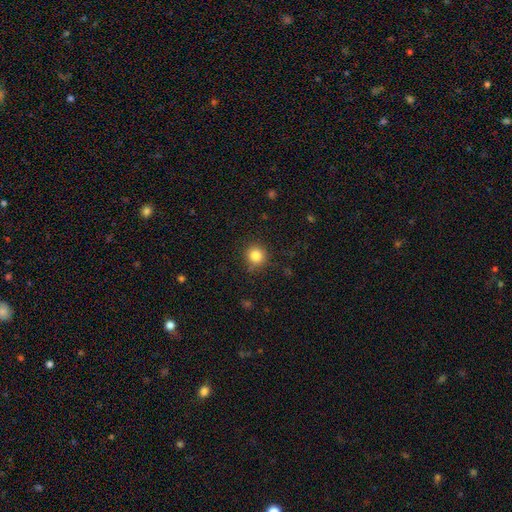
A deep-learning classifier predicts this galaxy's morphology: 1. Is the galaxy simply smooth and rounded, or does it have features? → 84% smooth, 11% star or artifact, 5% featured or disk.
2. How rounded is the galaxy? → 93% round, 6% in between, 1% cigar-shaped.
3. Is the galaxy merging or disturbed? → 87% none, 9% minor disturbance, 3% major disturbance, 1% merger.